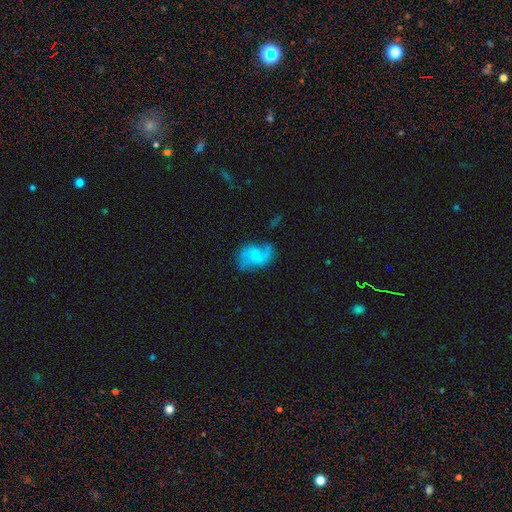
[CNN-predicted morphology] This appears to be a featured or disk galaxy (59%) with no bar (46%), spiral arms (87%) and no central bulge (53%). Merging: none (58%).